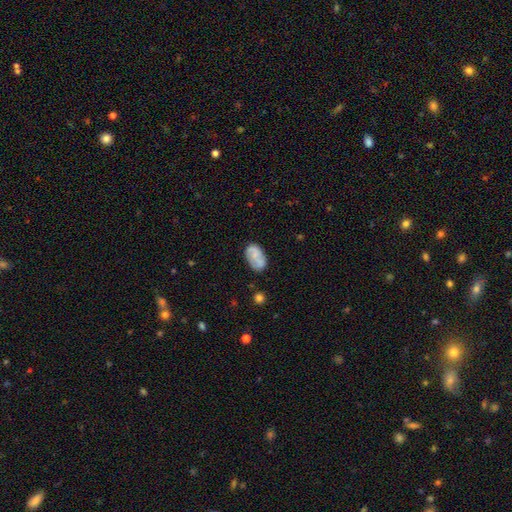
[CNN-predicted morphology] Overall: smooth (61%; featured or disk 31%). How rounded: in between (91%). Merging: none (70%).